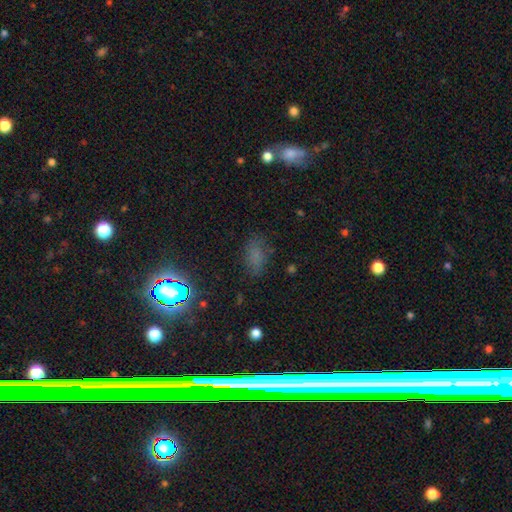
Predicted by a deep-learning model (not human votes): Q: Smooth or featured?
A: smooth (59%); runner-up: star or artifact (28%)
Q: How rounded?
A: in between (84%); runner-up: round (10%)
Q: Merging?
A: none (70%); runner-up: minor disturbance (20%)